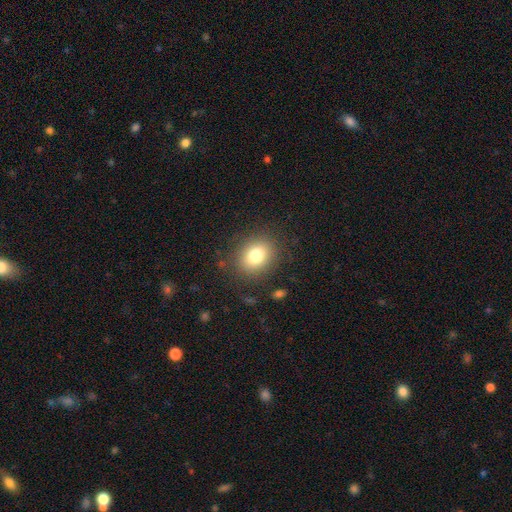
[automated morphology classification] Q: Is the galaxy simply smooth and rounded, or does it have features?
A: smooth — 79%.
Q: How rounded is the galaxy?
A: round — 58%.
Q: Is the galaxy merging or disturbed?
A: none — 85%.